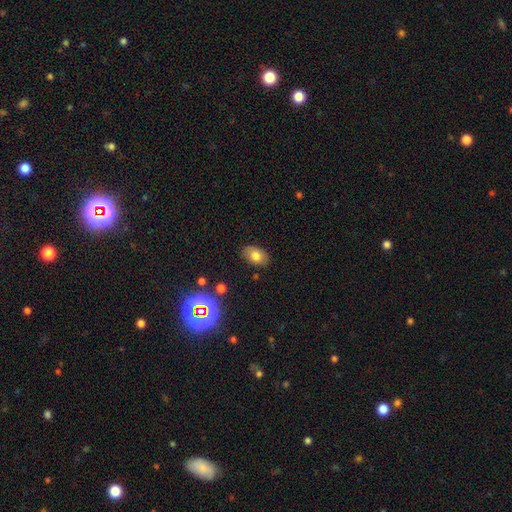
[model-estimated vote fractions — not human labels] Morphology: type=smooth (74%); roundness=in between (85%); merging=none (83%).